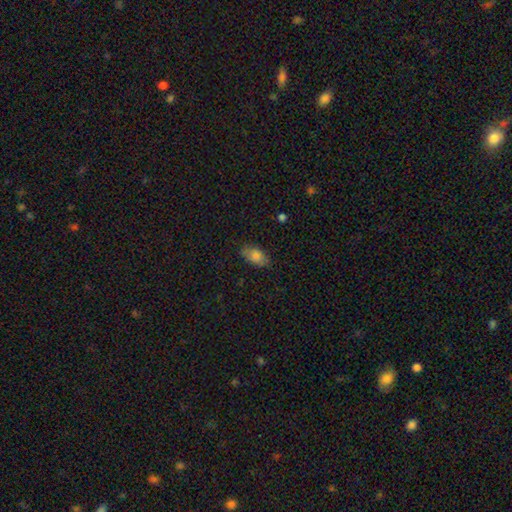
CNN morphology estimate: A smooth galaxy with no disk features (79%) that is in between round and cigar-shaped (90%). Merging: none (77%).